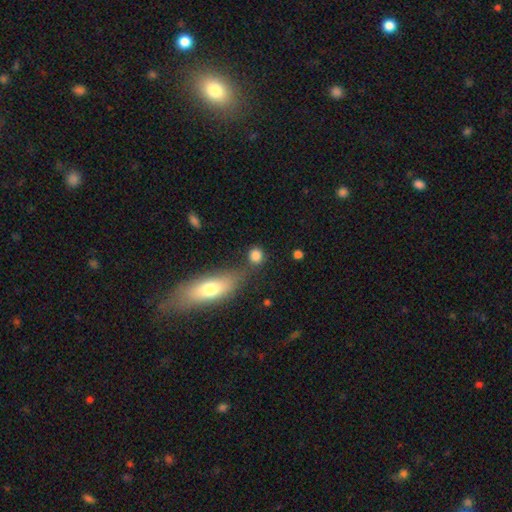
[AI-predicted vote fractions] This appears to be a smooth galaxy with no disk features (84%) that is round (77%). Merging: none (68%).